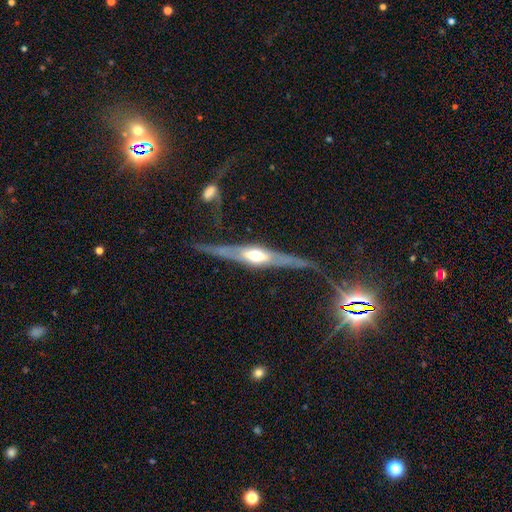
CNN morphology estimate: Smooth or featured: featured or disk — 80% (smooth — 16%)
Edge-on disk: yes — 90% (no — 10%)
Edge-on bulge: rounded — 83% (boxy — 11%)
Merging: none — 73% (minor disturbance — 17%)